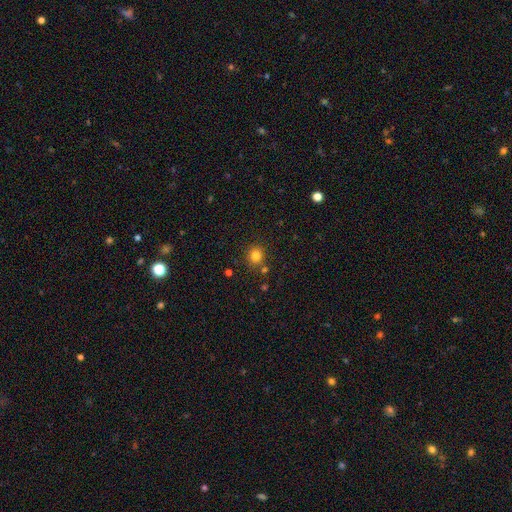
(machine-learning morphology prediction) smooth_or_featured: smooth (p=0.81) [alt: star or artifact p=0.14]
how_rounded: round (p=0.85) [alt: in between p=0.14]
merging: none (p=0.81) [alt: minor disturbance p=0.09]